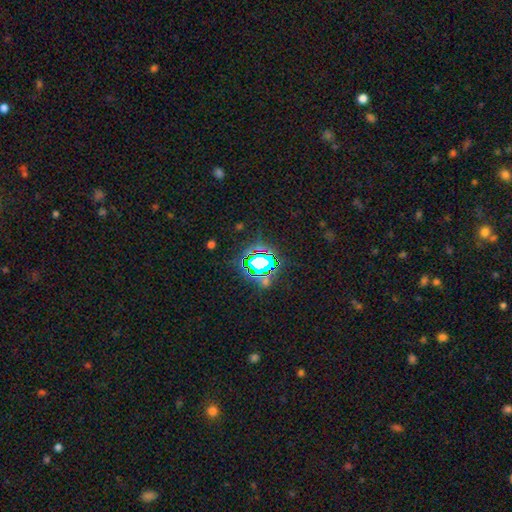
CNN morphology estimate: type=star or artifact (70%).